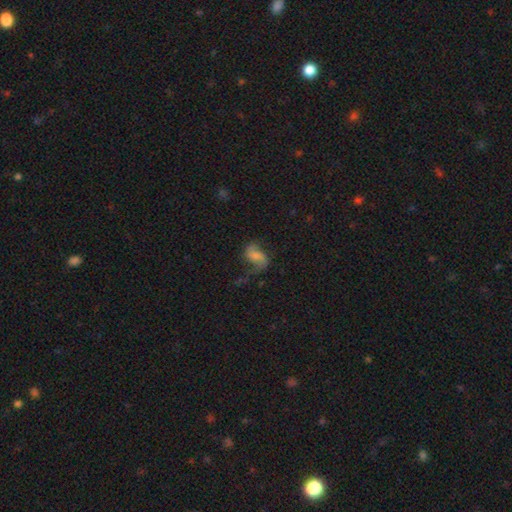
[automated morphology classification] This is likely a featured or disk galaxy (69%). It is clearly not viewed edge-on (98%). Bar: possibly no (48%). Spiral arm pattern: clearly yes (91%). Spiral arm count: clearly 2 (87%). Spiral winding: likely loose (63%). Central bulge: marginally small (37%). Merging: possibly none (53%).